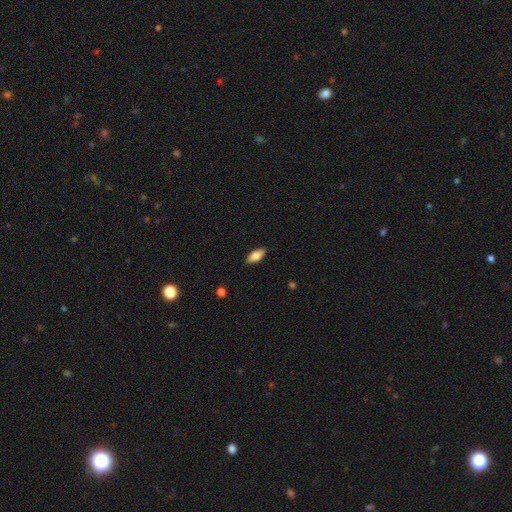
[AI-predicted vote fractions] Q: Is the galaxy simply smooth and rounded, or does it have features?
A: smooth — 78%.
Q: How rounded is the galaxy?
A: in between — 86%.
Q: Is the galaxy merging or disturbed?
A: none — 88%.